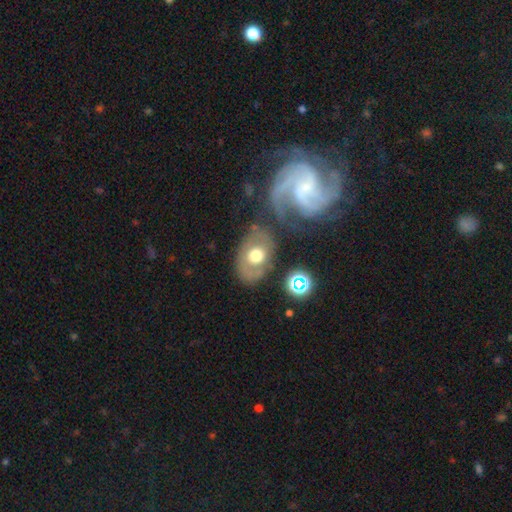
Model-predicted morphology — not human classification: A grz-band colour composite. It shows a featured or disk galaxy (46%). Merging: none (60%).